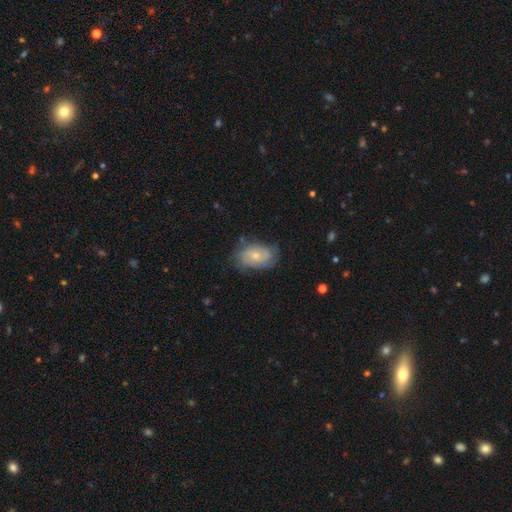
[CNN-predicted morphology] smooth-or-featured: featured or disk: 60% | smooth: 33% | star or artifact: 7%
  disk-edge-on: no: 96% | yes: 4%
    bar: no: 66% | weak: 30% | strong: 4%
    has-spiral-arms: yes: 87% | no: 13%
      spiral-winding: tight: 46% | medium: 38% | loose: 16%
      spiral-arm-count: 2: 44% | can't tell: 32% | 3: 14% | 1: 4% | 4: 4% | more than 4: 3%
    bulge-size: small: 55% | moderate: 40% | none: 3% | large: 2% | dominant: 1%
  merging: none: 68% | minor disturbance: 23% | major disturbance: 7% | merger: 1%